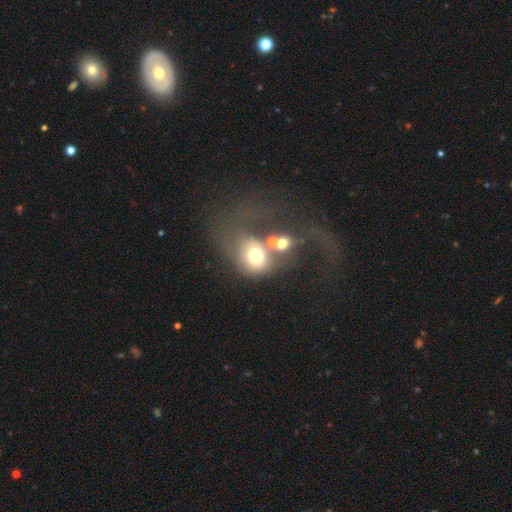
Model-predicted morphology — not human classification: Smooth or featured? Predicted: smooth (p=0.62). How rounded? Predicted: round (p=0.63). Merging? Predicted: merger (p=0.42).